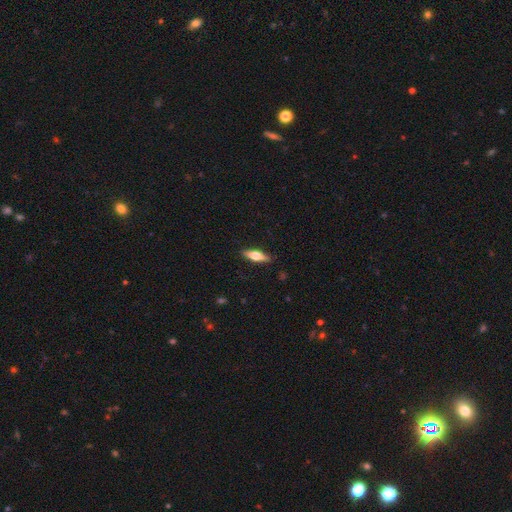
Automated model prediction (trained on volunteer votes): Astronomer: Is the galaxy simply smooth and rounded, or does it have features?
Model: smooth — 50% (runner-up: featured or disk, 44%).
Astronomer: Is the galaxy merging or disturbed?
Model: none — 88%.